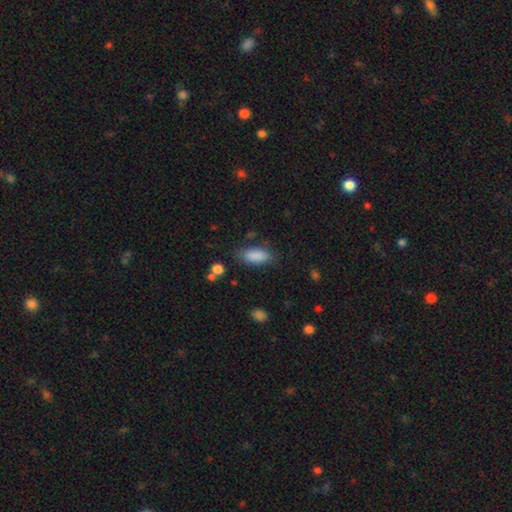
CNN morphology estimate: smooth 87%, star or artifact 8%, featured or disk 5%. Down the decision tree: how rounded — in between (88%); merging — none (74%).